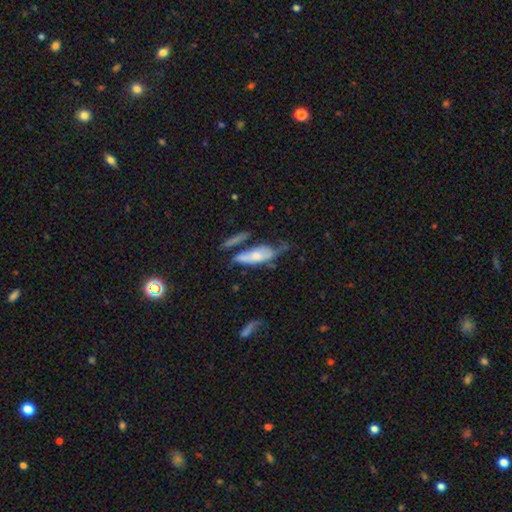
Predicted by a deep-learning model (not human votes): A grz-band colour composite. It shows a featured or disk galaxy (47%). Merging: none (36%).